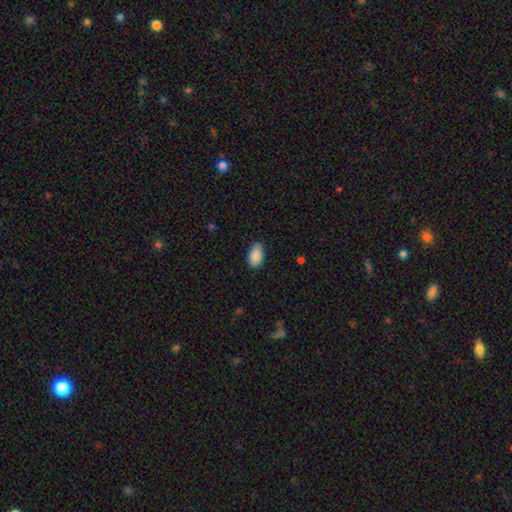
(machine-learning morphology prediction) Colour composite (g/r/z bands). It shows a smooth galaxy with no disk features (89%) that is in between round and cigar-shaped (94%). Merging: none (81%).